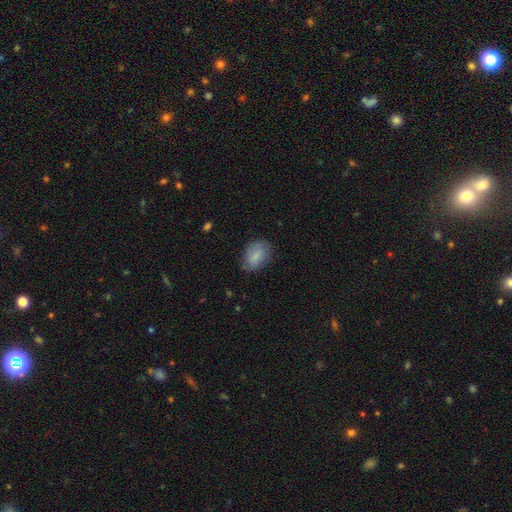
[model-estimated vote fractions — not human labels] The model was most divided on "merging": none: 72%, minor disturbance: 21%, major disturbance: 6%, merger: 1%. More confident: how rounded — in between (82%); smooth or featured — smooth (76%).